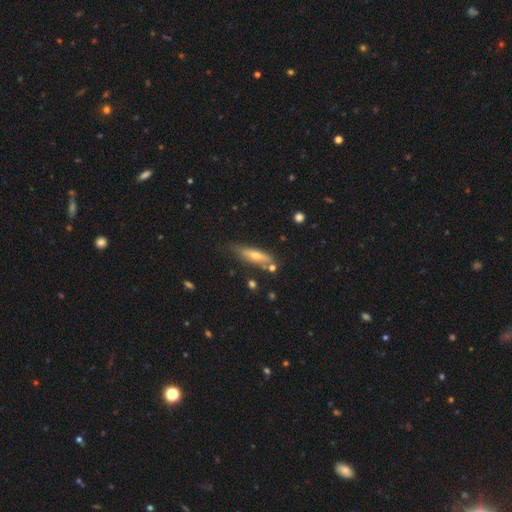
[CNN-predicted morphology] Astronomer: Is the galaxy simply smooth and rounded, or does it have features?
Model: featured or disk — 48% (runner-up: smooth, 45%).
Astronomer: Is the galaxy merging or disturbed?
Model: none — 70%.